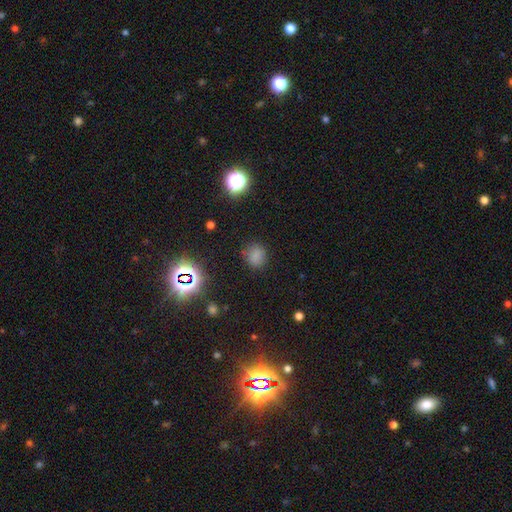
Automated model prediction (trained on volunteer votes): Smooth or featured?
  - smooth: 74% *
  - star or artifact: 21%
  - featured or disk: 6%
How rounded?
  - round: 76% *
  - in between: 23%
  - cigar-shaped: 1%
Merging?
  - none: 82% *
  - minor disturbance: 12%
  - major disturbance: 4%
  - merger: 2%